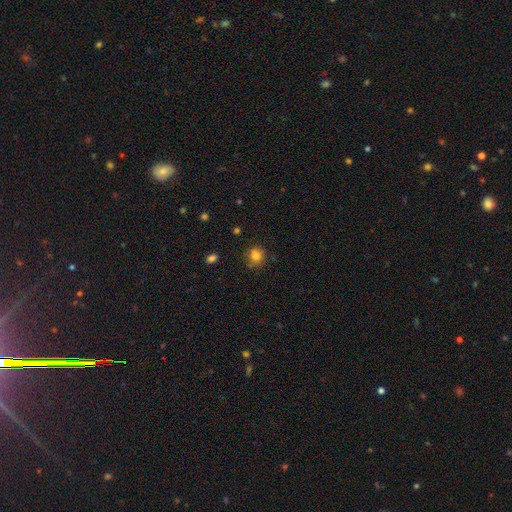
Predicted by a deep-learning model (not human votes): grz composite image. It shows a smooth galaxy with no disk features (79%) that is round (77%). Merging: none (75%).